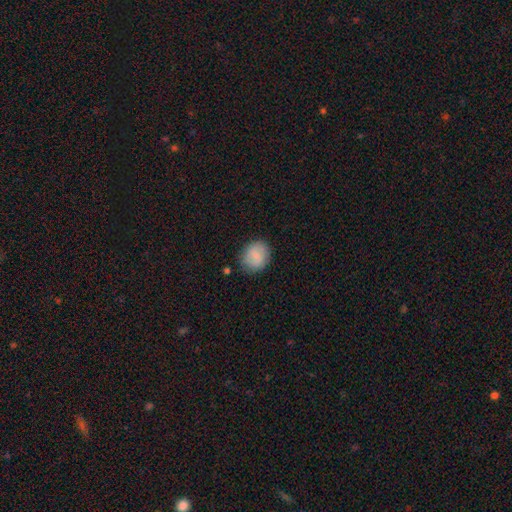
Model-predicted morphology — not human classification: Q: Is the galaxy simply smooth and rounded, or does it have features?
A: smooth — 81%.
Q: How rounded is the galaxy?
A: round — 70%.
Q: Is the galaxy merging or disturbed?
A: none — 81%.